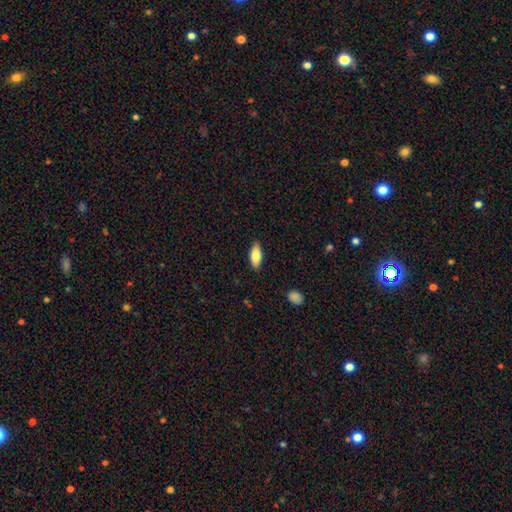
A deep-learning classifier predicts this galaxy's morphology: Q: Smooth or featured?
A: smooth (81%); runner-up: featured or disk (12%)
Q: How rounded?
A: in between (81%); runner-up: cigar-shaped (17%)
Q: Merging?
A: none (87%); runner-up: minor disturbance (10%)